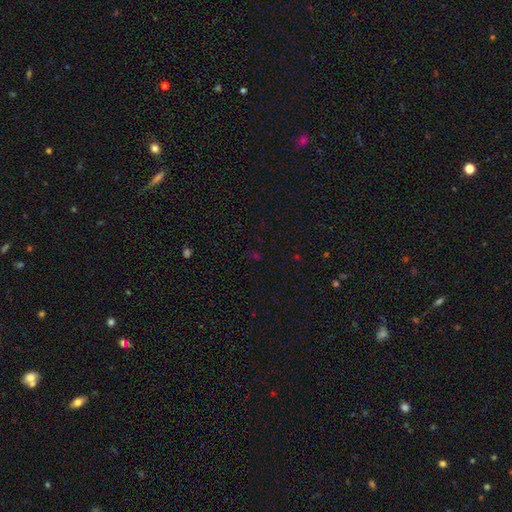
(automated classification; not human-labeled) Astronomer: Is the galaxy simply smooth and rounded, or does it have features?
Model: star or artifact — 60%.